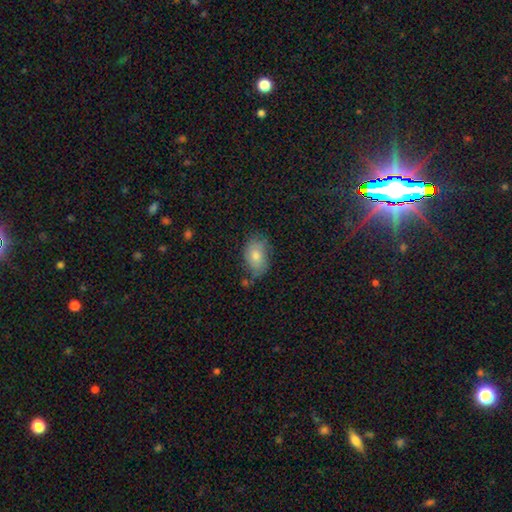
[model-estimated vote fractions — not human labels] A smooth galaxy with no disk features (73%) that is in between round and cigar-shaped (86%).

Vote fractions:
- Smooth or featured? smooth: 73% / featured or disk: 18% / star or artifact: 10%
- How rounded? in between: 86% / round: 12% / cigar-shaped: 2%
- Merging? none: 64% / minor disturbance: 25% / major disturbance: 6% / merger: 5%